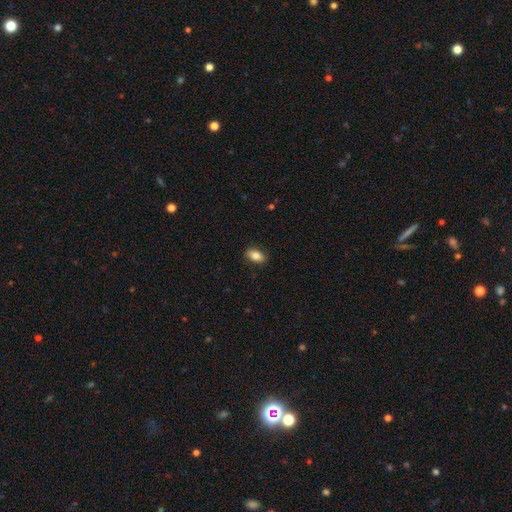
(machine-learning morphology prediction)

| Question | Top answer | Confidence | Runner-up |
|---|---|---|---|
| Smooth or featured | smooth | 83% | featured or disk (9%) |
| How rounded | in between | 89% | round (9%) |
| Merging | none | 89% | minor disturbance (8%) |